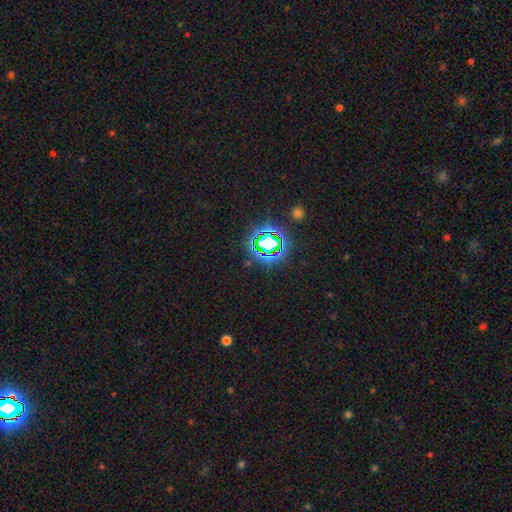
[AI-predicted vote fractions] A star or artifact, not a galaxy (79%).